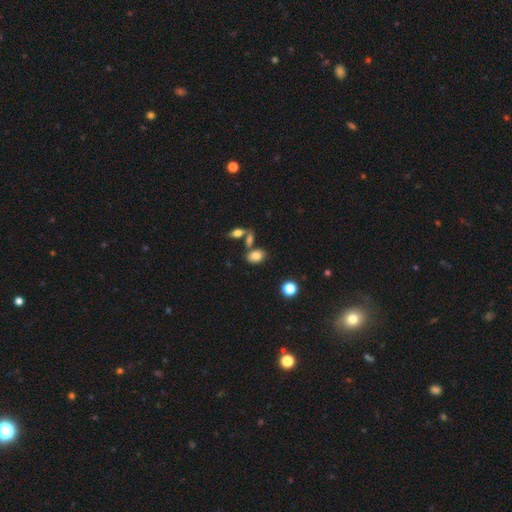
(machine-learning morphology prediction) Q: Smooth or featured?
A: smooth (80%); runner-up: star or artifact (10%)
Q: How rounded?
A: in between (81%); runner-up: round (17%)
Q: Merging?
A: none (62%); runner-up: merger (19%)